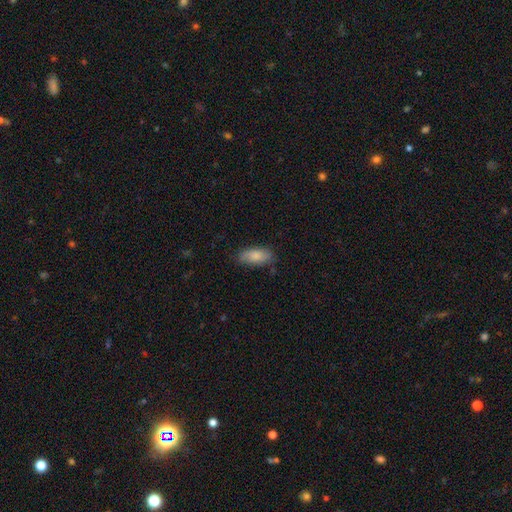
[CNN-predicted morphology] The model was most divided on "merging": none: 76%, minor disturbance: 19%, major disturbance: 4%, merger: 2%. More confident: how rounded — in between (86%); smooth or featured — smooth (81%).